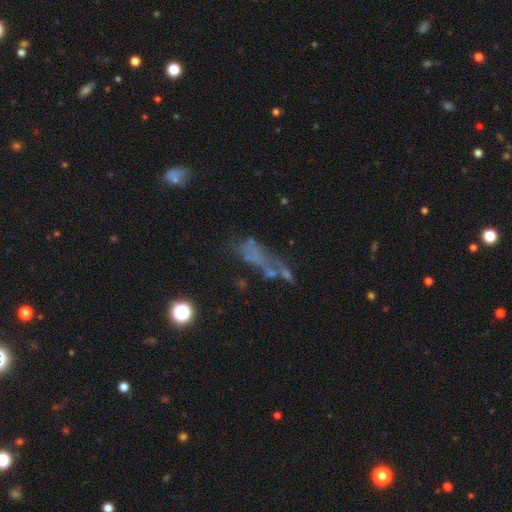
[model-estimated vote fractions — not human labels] Smooth or featured? featured or disk (39%)
Merging? none (33%)